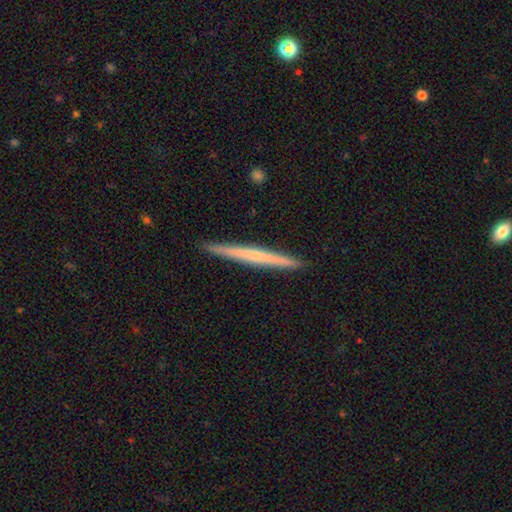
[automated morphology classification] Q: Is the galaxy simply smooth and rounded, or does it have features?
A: featured or disk — 51%.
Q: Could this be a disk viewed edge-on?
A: yes — 98%.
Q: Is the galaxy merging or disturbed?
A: none — 92%.